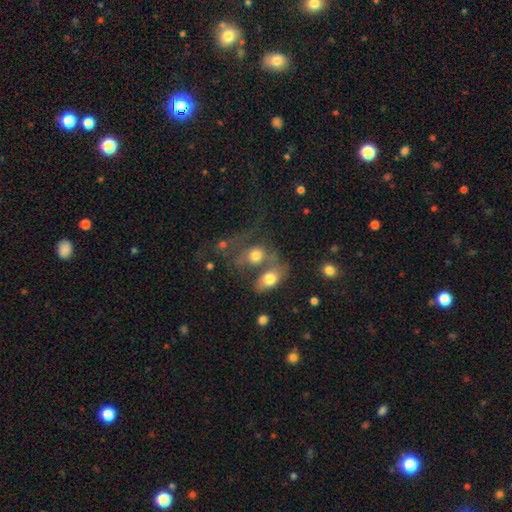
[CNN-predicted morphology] A smooth galaxy with no disk features (63%) that is in between round and cigar-shaped (50%). Merging: merger (57%).